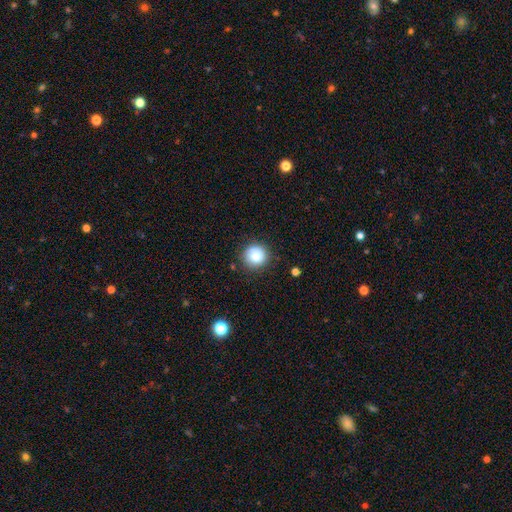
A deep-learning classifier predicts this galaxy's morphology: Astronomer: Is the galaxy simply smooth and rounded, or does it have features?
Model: smooth — 84%.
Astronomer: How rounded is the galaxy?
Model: round — 93%.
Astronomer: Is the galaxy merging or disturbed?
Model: none — 85%.